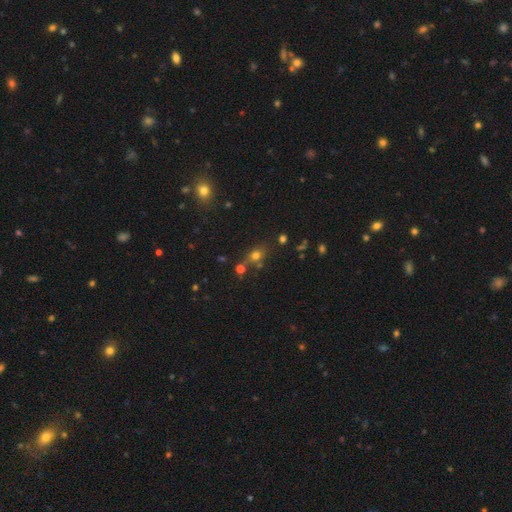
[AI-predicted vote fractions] smooth_or_featured: smooth (p=0.66) [alt: star or artifact p=0.22]
how_rounded: round (p=0.53) [alt: in between p=0.43]
merging: none (p=0.62) [alt: merger p=0.18]